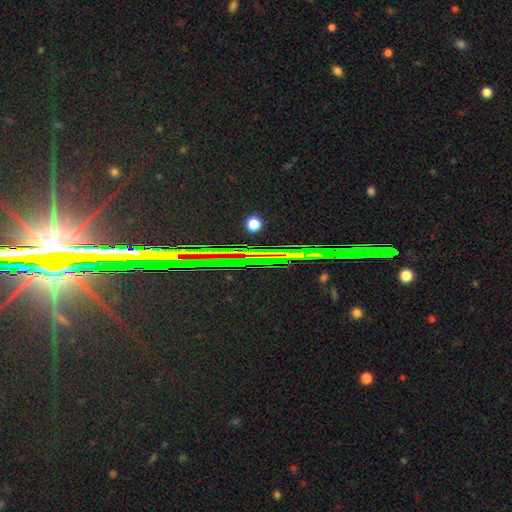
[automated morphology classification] This appears to be a star or artifact, not a galaxy (83%).